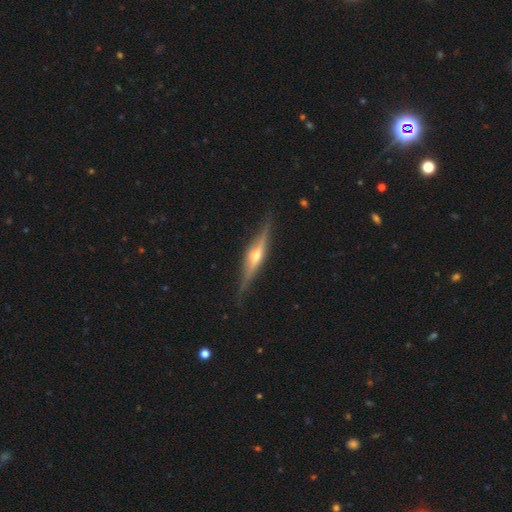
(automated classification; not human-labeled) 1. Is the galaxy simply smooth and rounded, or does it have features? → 77% featured or disk, 17% smooth, 6% star or artifact.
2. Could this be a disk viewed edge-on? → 96% yes, 4% no.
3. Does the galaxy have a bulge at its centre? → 88% rounded, 7% boxy, 5% none.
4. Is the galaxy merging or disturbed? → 85% none, 11% minor disturbance, 3% major disturbance, 1% merger.